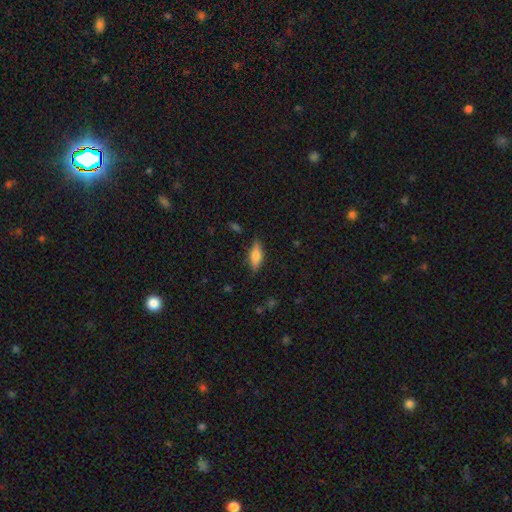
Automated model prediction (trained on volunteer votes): A smooth galaxy with no disk features (74%) that is in between round and cigar-shaped (74%).

Vote fractions:
- Smooth or featured? smooth: 74% / featured or disk: 19% / star or artifact: 7%
- How rounded? in between: 74% / cigar-shaped: 24% / round: 3%
- Merging? none: 79% / minor disturbance: 16% / major disturbance: 4% / merger: 1%